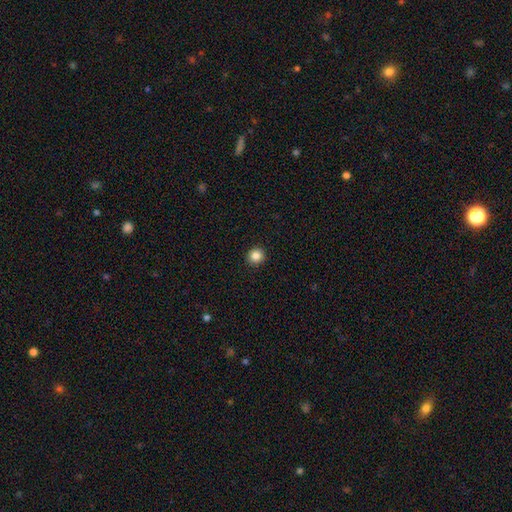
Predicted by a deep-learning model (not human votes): Smooth or featured? Predicted: smooth (p=0.85). How rounded? Predicted: round (p=0.93). Merging? Predicted: none (p=0.93).